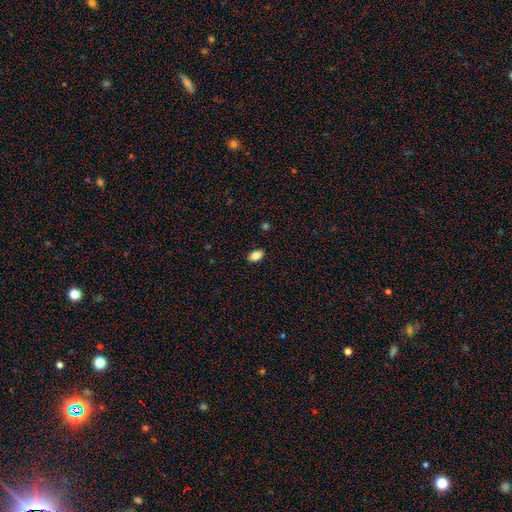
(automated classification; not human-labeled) smooth_or_featured: smooth (p=0.85) [alt: star or artifact p=0.09]
how_rounded: in between (p=0.89) [alt: round p=0.08]
merging: none (p=0.88) [alt: minor disturbance p=0.09]